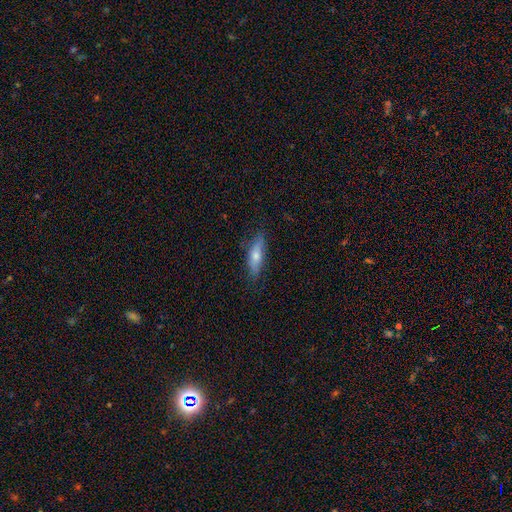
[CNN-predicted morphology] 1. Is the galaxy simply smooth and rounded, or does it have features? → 59% smooth, 34% featured or disk, 7% star or artifact.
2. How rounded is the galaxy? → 58% cigar-shaped, 39% in between, 2% round.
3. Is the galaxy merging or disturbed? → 81% none, 15% minor disturbance, 3% major disturbance, 1% merger.